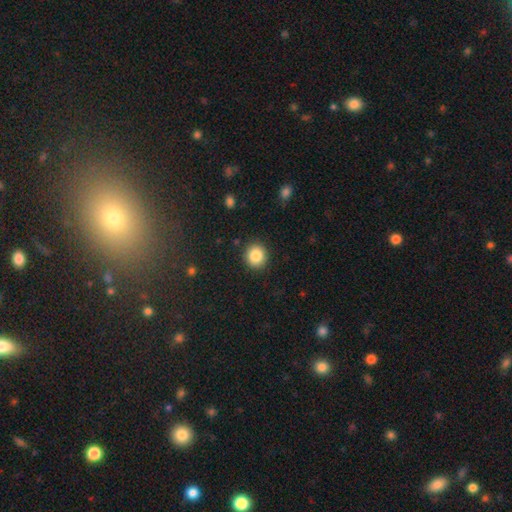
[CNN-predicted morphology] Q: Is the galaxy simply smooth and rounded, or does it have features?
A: smooth — 86%.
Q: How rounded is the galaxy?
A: round — 88%.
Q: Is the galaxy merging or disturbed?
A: none — 90%.